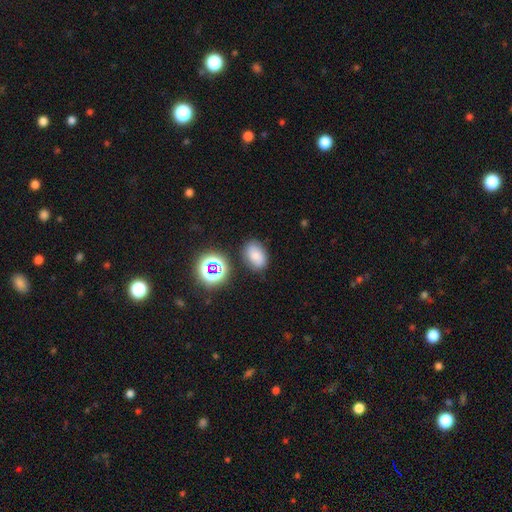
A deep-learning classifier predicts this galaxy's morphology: Q: Smooth or featured?
A: smooth (71%); runner-up: star or artifact (16%)
Q: How rounded?
A: in between (80%); runner-up: round (19%)
Q: Merging?
A: none (79%); runner-up: minor disturbance (13%)